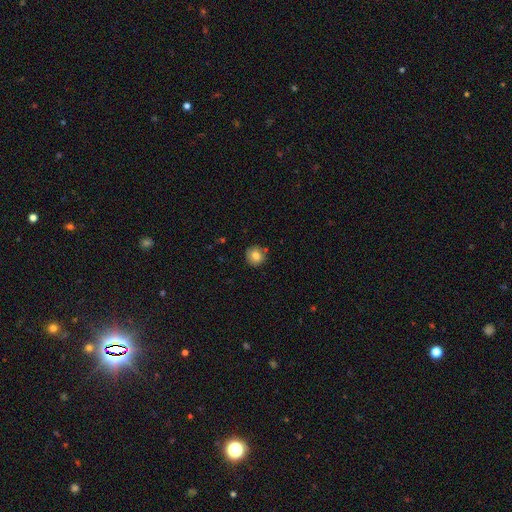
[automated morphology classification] smooth-or-featured: smooth: 80% | featured or disk: 10% | star or artifact: 9%
  how-rounded: round: 91% | in between: 8% | cigar-shaped: 1%
  merging: none: 83% | minor disturbance: 12% | merger: 3% | major disturbance: 2%